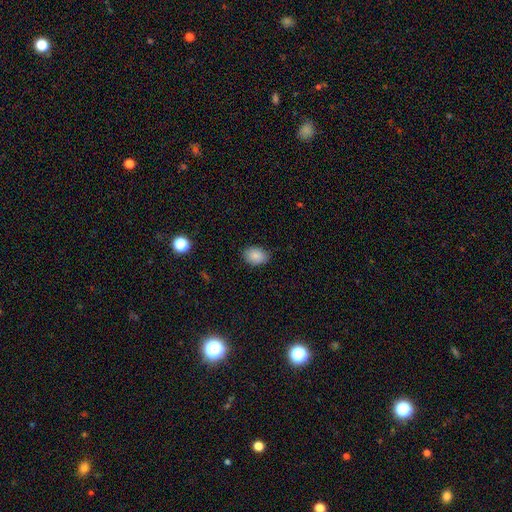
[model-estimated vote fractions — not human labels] smooth 86%, star or artifact 9%, featured or disk 5%. Down the decision tree: how rounded — in between (74%); merging — none (82%).